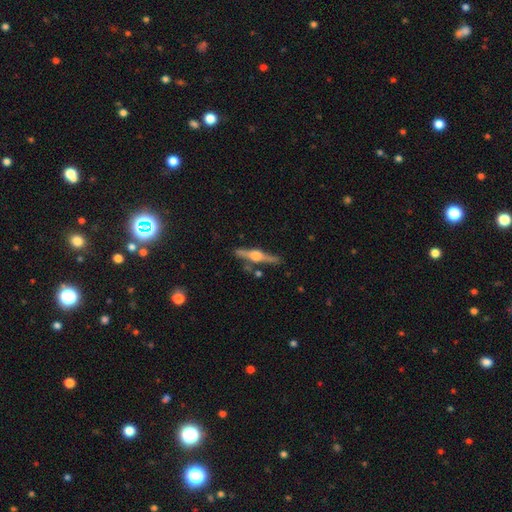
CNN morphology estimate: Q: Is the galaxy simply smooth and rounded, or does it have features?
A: featured or disk — 81%.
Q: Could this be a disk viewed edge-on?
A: yes — 98%.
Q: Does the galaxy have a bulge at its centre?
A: rounded — 92%.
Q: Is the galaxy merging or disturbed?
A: none — 83%.